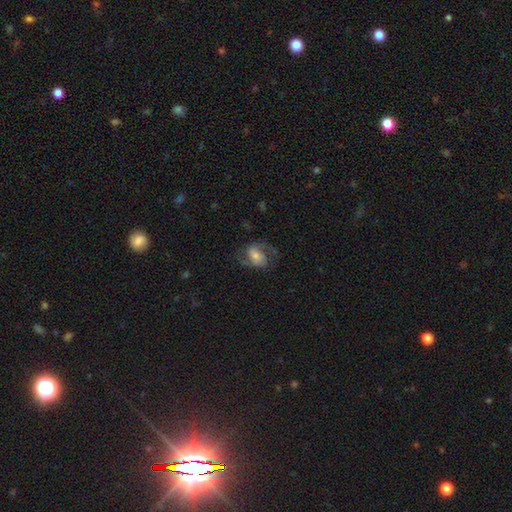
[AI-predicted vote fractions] Morphology: type=featured or disk (69%); edge-on=no (97%); bar=weak (40%); spiral arms=yes (91%); winding=medium (52%); arm count=2 (88%); bulge=moderate (42%); merging=none (66%).